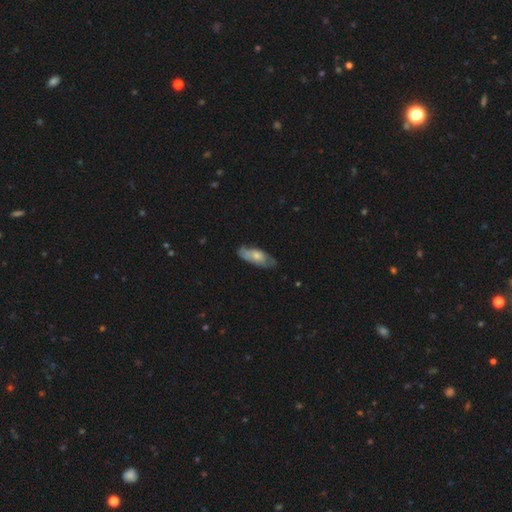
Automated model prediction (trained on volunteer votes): Morphology: type=smooth (49%); merging=none (61%).